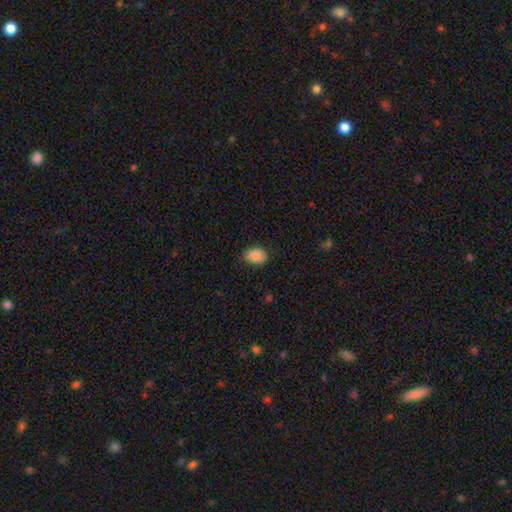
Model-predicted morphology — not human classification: Smooth or featured?
  - smooth: 86% *
  - star or artifact: 8%
  - featured or disk: 6%
How rounded?
  - in between: 75% *
  - round: 24%
  - cigar-shaped: 1%
Merging?
  - none: 80% *
  - minor disturbance: 16%
  - major disturbance: 3%
  - merger: 1%